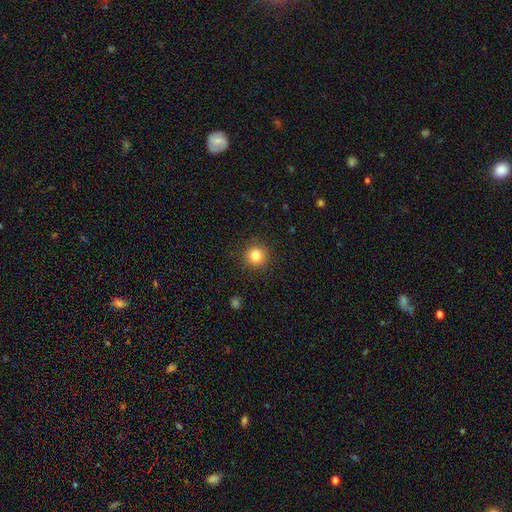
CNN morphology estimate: This is clearly a smooth galaxy (83%). How rounded: clearly round (94%). Merging: clearly none (91%).